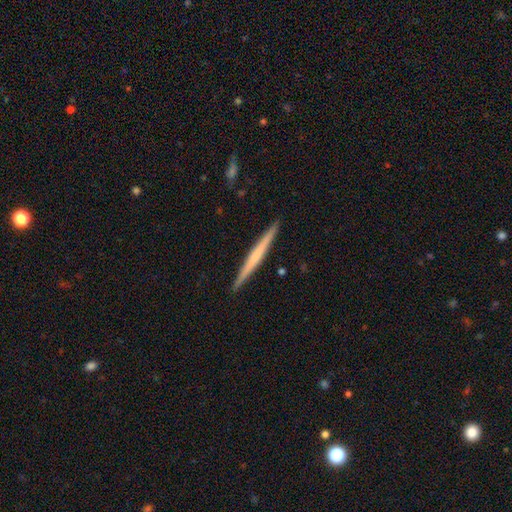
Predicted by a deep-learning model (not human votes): Smooth or featured? featured or disk (53%)
Edge-on disk? yes (98%)
Edge-on bulge? none (71%)
Merging? none (92%)